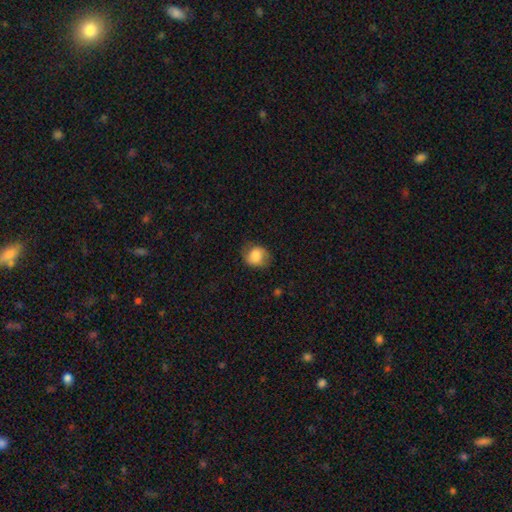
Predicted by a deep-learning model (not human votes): Overall: smooth (74%). How rounded: round (64%; in between 35%). Merging: none (69%).